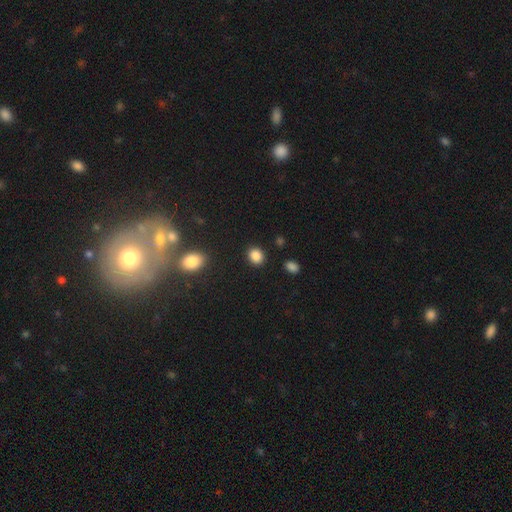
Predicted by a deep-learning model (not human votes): Smooth or featured: smooth — 87% (star or artifact — 10%)
How rounded: round — 51% (in between — 48%)
Merging: none — 88% (minor disturbance — 8%)